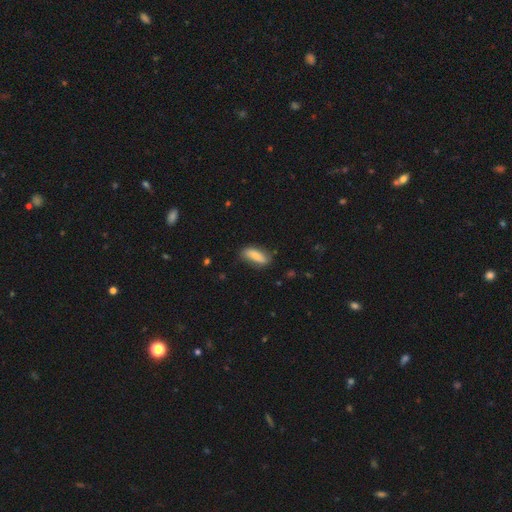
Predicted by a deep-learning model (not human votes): The model was most divided on "how rounded": in between: 69%, cigar-shaped: 29%, round: 2%. More confident: smooth or featured — smooth (78%); merging — none (73%).